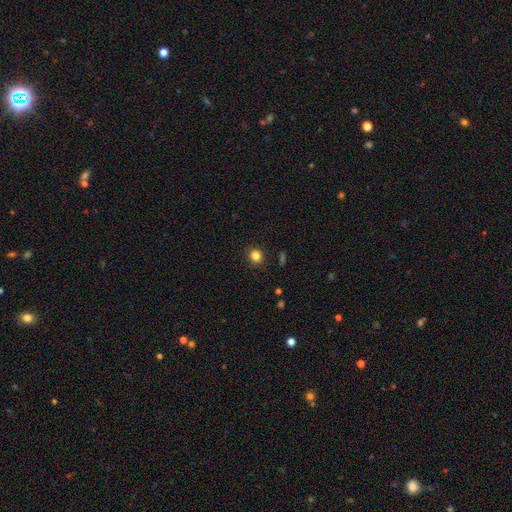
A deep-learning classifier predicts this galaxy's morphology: This is clearly a smooth galaxy (84%). How rounded: clearly round (88%). Merging: clearly none (91%).